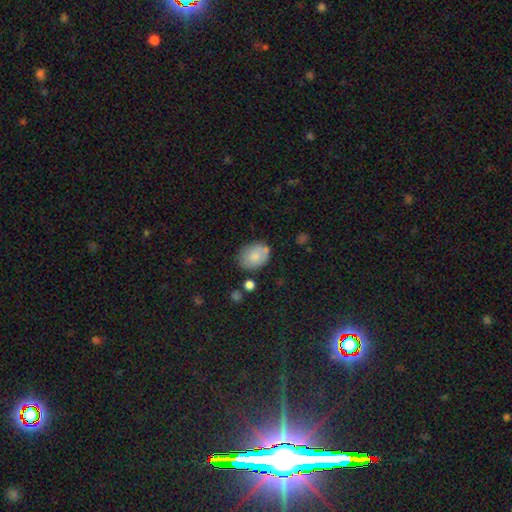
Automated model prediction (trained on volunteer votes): Q: Smooth or featured?
A: smooth (80%); runner-up: featured or disk (12%)
Q: How rounded?
A: in between (68%); runner-up: round (31%)
Q: Merging?
A: none (69%); runner-up: minor disturbance (19%)